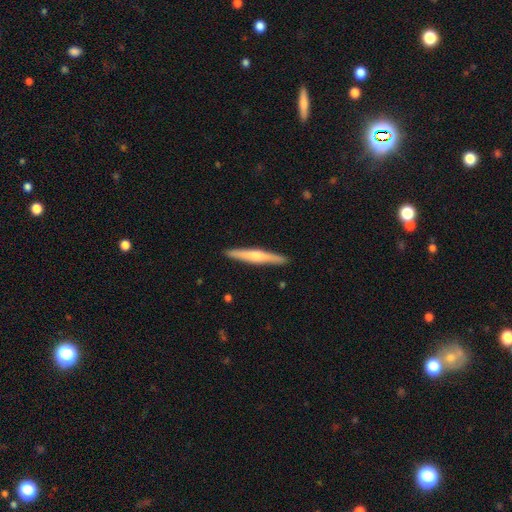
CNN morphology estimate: The model was most divided on "smooth or featured": featured or disk: 53%, smooth: 42%, star or artifact: 5%. More confident: edge-on disk — yes (97%); merging — none (92%); edge-on bulge — rounded (72%).